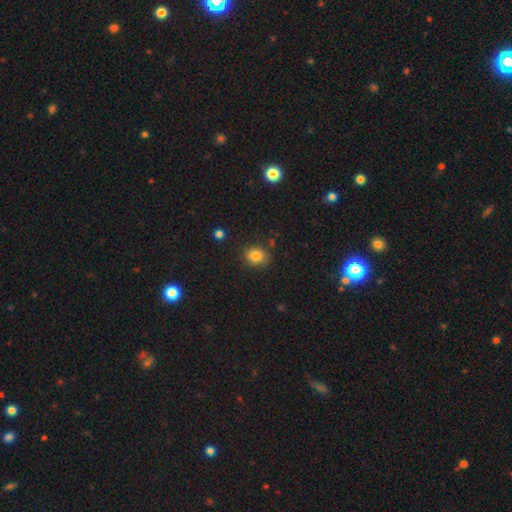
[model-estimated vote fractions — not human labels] Smooth or featured: smooth — 82% (star or artifact — 11%)
How rounded: round — 60% (in between — 39%)
Merging: none — 83% (minor disturbance — 11%)